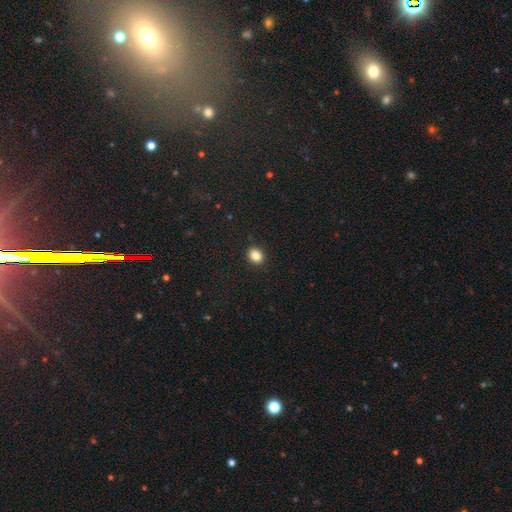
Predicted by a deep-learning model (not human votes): A smooth galaxy with no disk features (86%) that is round (51%). Merging: none (89%).